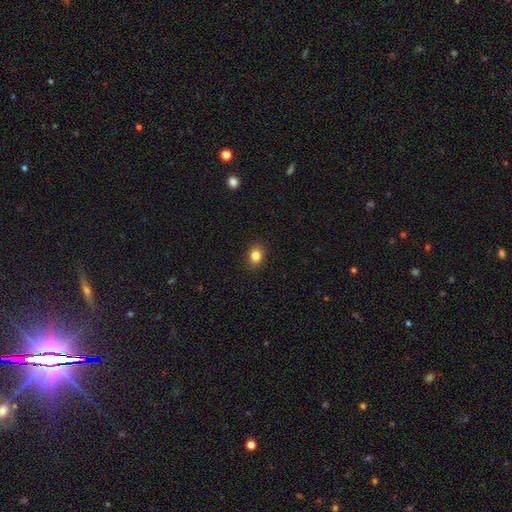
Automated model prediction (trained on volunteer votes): This is clearly a smooth galaxy (84%). How rounded: possibly round (52%). Merging: clearly none (90%).